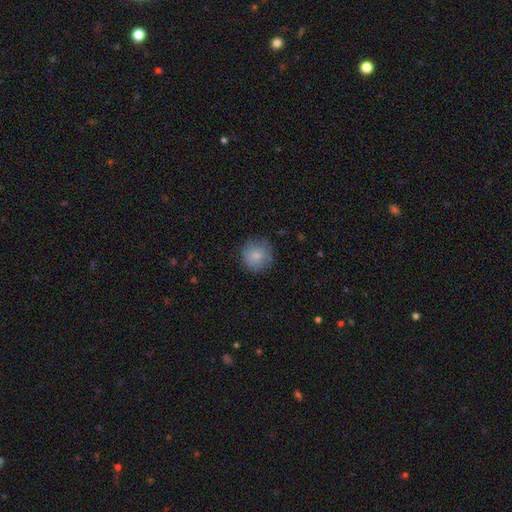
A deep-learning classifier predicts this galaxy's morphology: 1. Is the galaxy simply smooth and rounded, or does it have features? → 82% smooth, 10% featured or disk, 8% star or artifact.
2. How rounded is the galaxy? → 92% round, 7% in between, 1% cigar-shaped.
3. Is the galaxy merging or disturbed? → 79% none, 15% minor disturbance, 4% major disturbance, 1% merger.